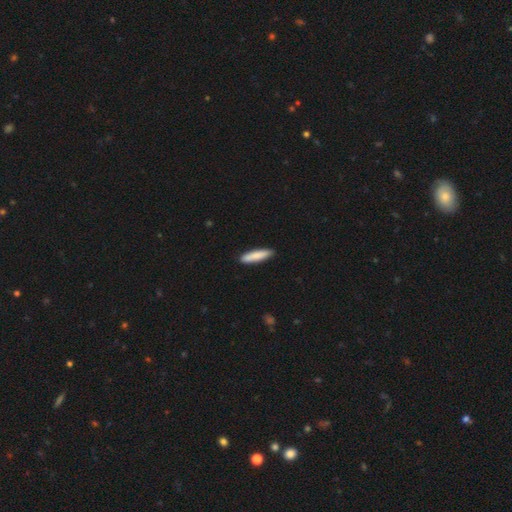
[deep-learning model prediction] Q: Smooth or featured?
A: smooth (85%); runner-up: featured or disk (10%)
Q: How rounded?
A: cigar-shaped (82%); runner-up: in between (16%)
Q: Merging?
A: none (90%); runner-up: minor disturbance (7%)